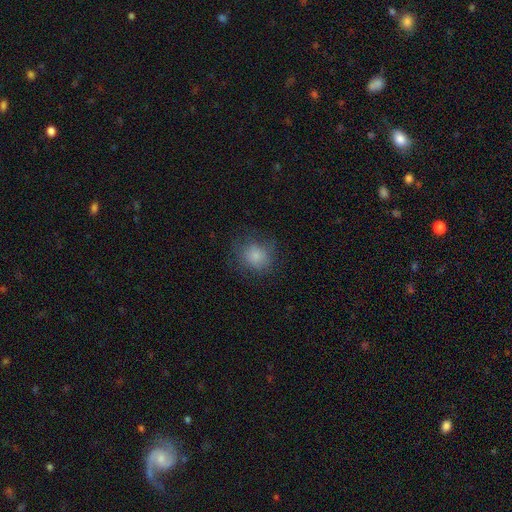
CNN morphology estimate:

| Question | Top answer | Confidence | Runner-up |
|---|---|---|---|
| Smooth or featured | smooth | 80% | featured or disk (10%) |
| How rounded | round | 78% | in between (21%) |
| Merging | none | 72% | minor disturbance (18%) |